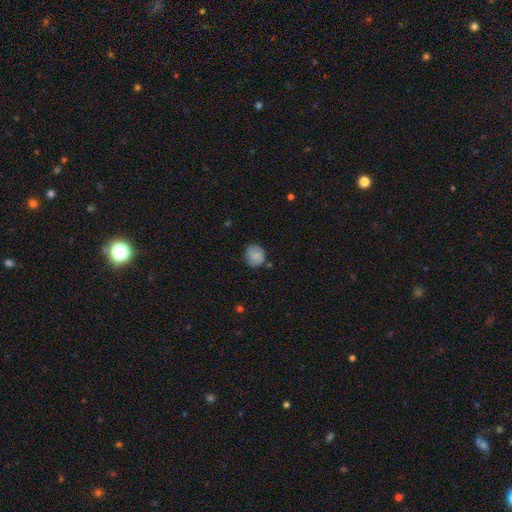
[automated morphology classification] type=smooth (82%); roundness=round (78%); merging=none (75%).